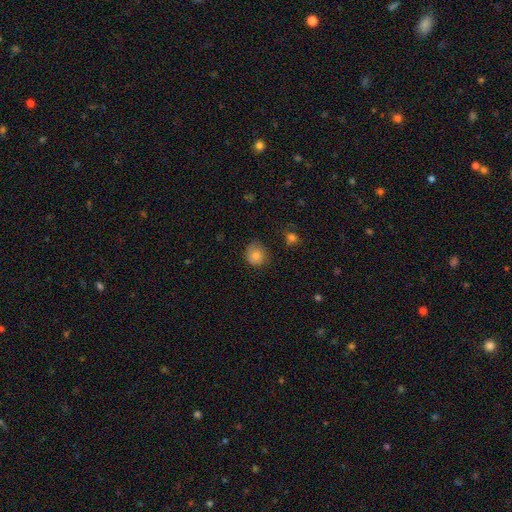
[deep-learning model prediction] Morphology: type=smooth (80%); roundness=round (83%); merging=none (70%).